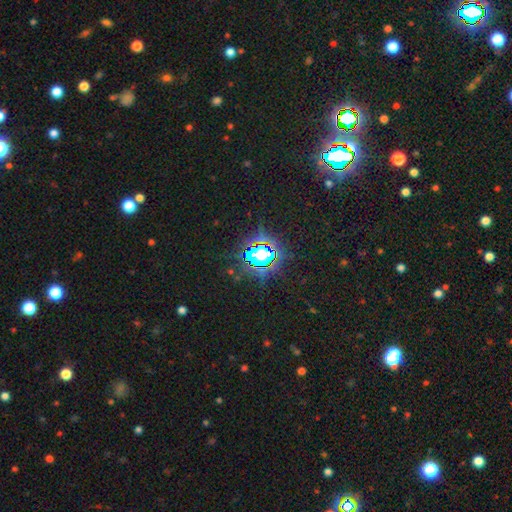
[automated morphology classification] The model was most divided on "smooth or featured": star or artifact: 82%, smooth: 11%, featured or disk: 7%.